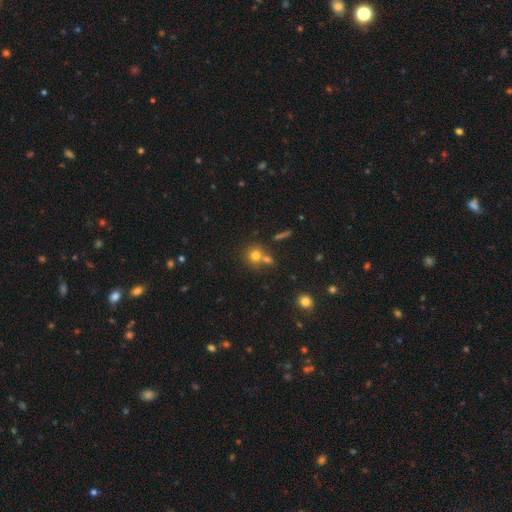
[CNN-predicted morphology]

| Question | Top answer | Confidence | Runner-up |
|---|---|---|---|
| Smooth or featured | smooth | 73% | star or artifact (14%) |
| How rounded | round | 85% | in between (14%) |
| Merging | none | 52% | merger (36%) |